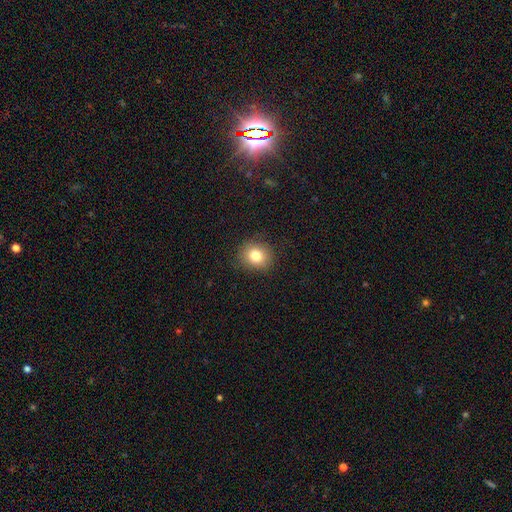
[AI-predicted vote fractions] Smooth or featured?
  - smooth: 80% *
  - star or artifact: 12%
  - featured or disk: 9%
How rounded?
  - round: 75% *
  - in between: 24%
  - cigar-shaped: 1%
Merging?
  - none: 88% *
  - minor disturbance: 8%
  - major disturbance: 3%
  - merger: 1%